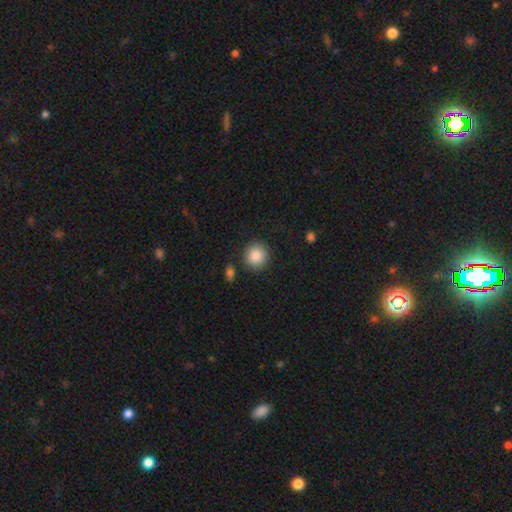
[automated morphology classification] smooth-or-featured: smooth: 87% | star or artifact: 8% | featured or disk: 5%
  how-rounded: round: 93% | in between: 6% | cigar-shaped: 1%
  merging: none: 87% | minor disturbance: 7% | merger: 3% | major disturbance: 2%